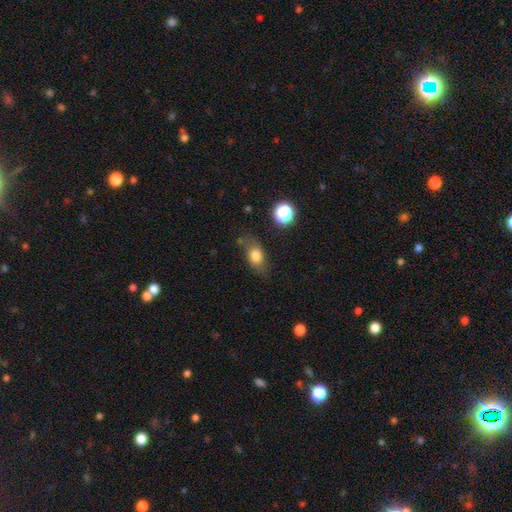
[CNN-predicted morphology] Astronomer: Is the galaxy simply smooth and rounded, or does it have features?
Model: smooth — 75%.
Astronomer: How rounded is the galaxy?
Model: in between — 73%.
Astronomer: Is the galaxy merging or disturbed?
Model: none — 67%.